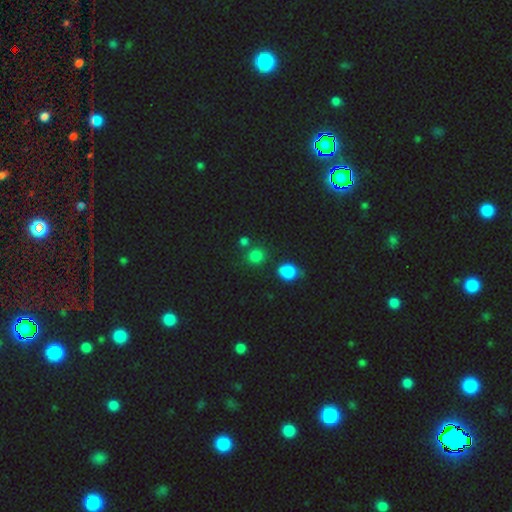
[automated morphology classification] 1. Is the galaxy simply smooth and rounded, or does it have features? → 76% smooth, 19% star or artifact, 5% featured or disk.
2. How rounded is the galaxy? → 85% round, 14% in between, 1% cigar-shaped.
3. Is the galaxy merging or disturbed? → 75% none, 11% merger, 10% minor disturbance, 4% major disturbance.